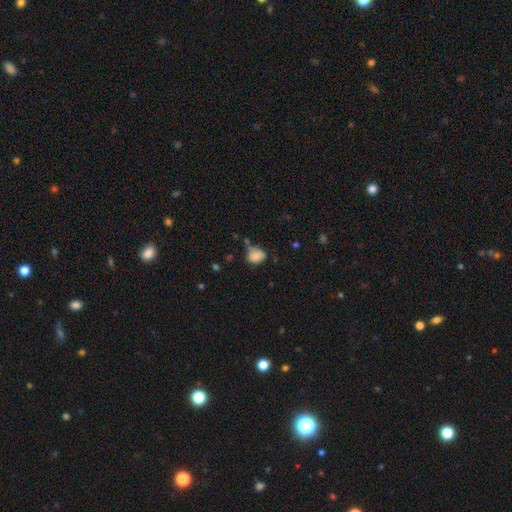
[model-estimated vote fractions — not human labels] Smooth or featured: smooth — 81% (star or artifact — 10%)
How rounded: in between — 59% (round — 40%)
Merging: none — 46% (minor disturbance — 31%)